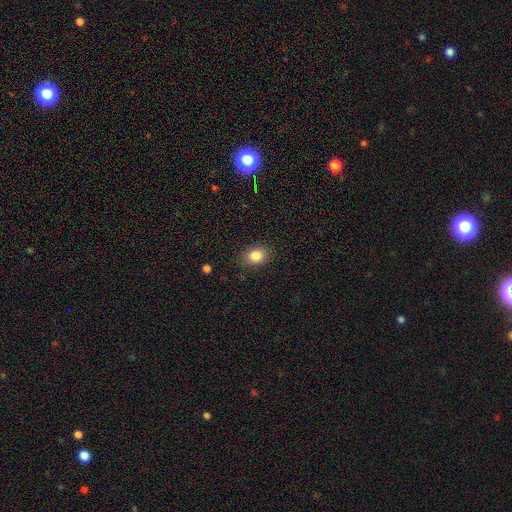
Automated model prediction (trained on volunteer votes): Overall: smooth (84%). How rounded: in between (57%; round 42%). Merging: none (86%).